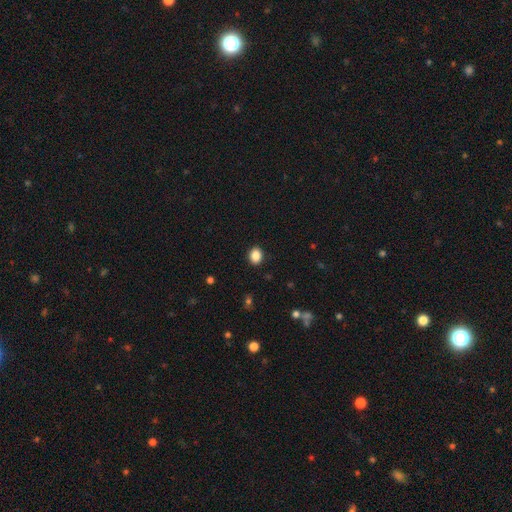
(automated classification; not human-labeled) This appears to be a smooth galaxy with no disk features (87%) that is in between round and cigar-shaped (53%). Merging: none (90%).